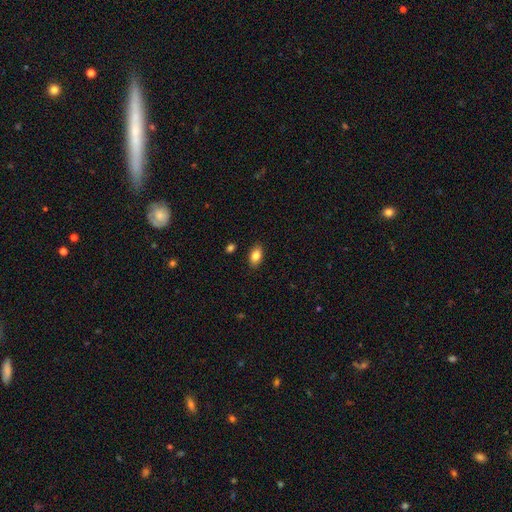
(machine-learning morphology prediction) This appears to be a smooth galaxy with no disk features (85%) that is in between round and cigar-shaped (89%). Merging: none (87%).